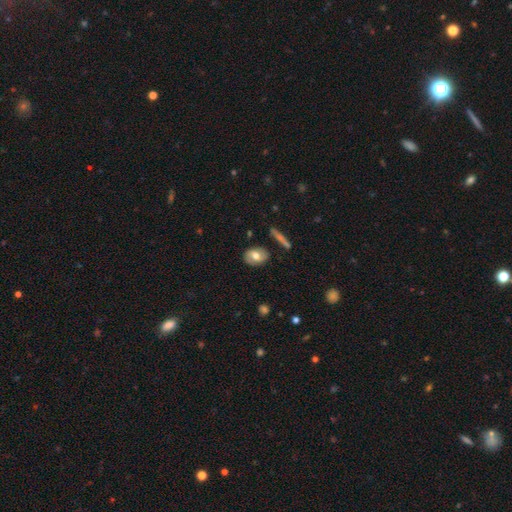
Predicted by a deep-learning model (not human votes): Smooth or featured?
  - smooth: 58% *
  - featured or disk: 34%
  - star or artifact: 7%
How rounded?
  - in between: 70% *
  - round: 26%
  - cigar-shaped: 4%
Merging?
  - none: 80% *
  - minor disturbance: 14%
  - major disturbance: 3%
  - merger: 3%